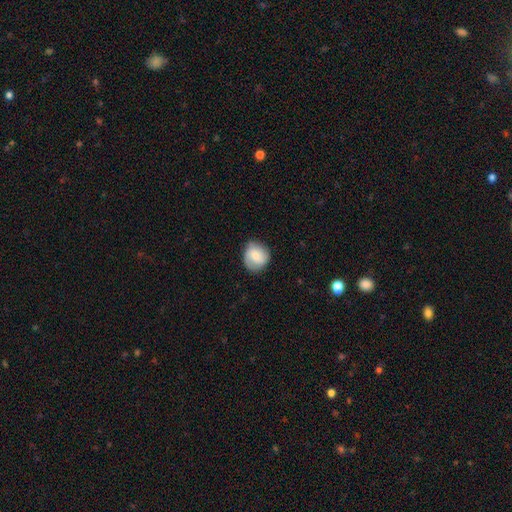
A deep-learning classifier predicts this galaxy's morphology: Smooth or featured? Predicted: smooth (p=0.63). How rounded? Predicted: round (p=0.82). Merging? Predicted: none (p=0.75).